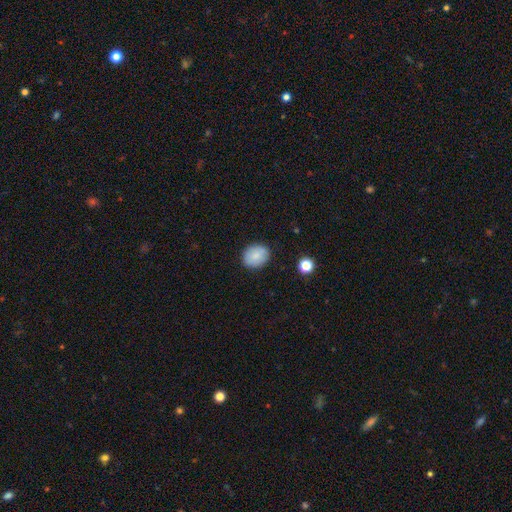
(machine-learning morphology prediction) This is clearly a smooth galaxy (85%). How rounded: possibly round (56%). Merging: clearly none (87%).